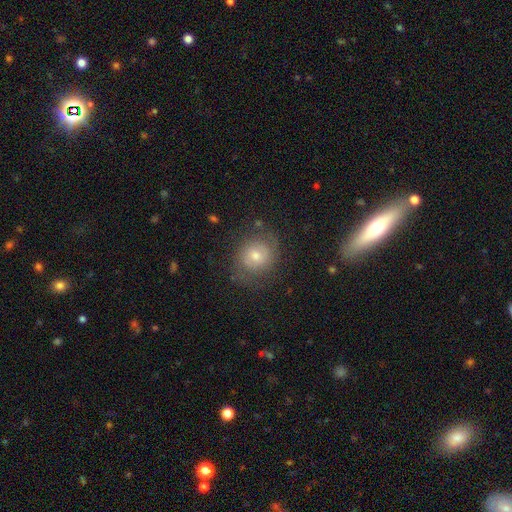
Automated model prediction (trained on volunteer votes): Q: Smooth or featured?
A: smooth (44%); runner-up: featured or disk (43%)
Q: Merging?
A: none (75%); runner-up: minor disturbance (15%)